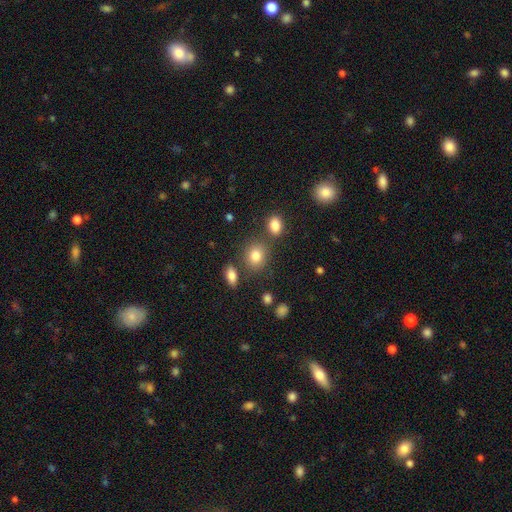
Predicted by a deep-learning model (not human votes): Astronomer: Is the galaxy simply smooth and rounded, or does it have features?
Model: smooth — 82%.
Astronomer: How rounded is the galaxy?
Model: round — 68%.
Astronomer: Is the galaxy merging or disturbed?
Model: none — 72%.